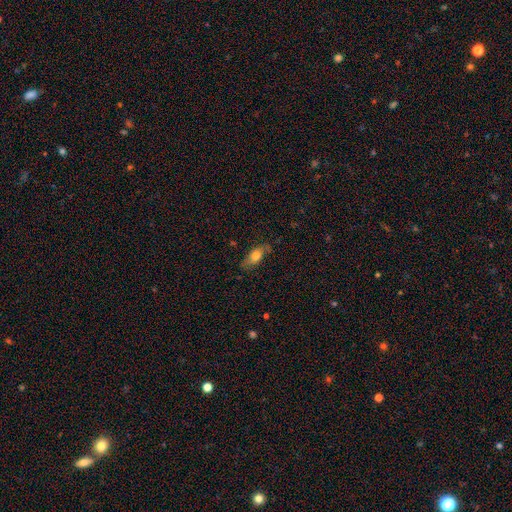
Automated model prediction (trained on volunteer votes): This is likely a smooth galaxy (65%). How rounded: likely in between (75%). Merging: likely none (73%).